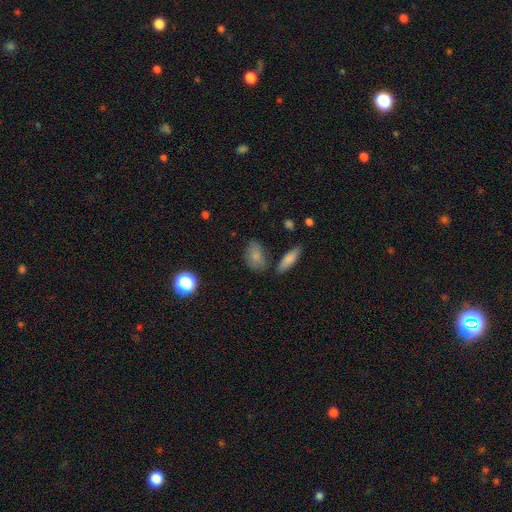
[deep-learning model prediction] Q: Smooth or featured?
A: smooth (81%); runner-up: featured or disk (10%)
Q: How rounded?
A: in between (85%); runner-up: round (11%)
Q: Merging?
A: none (67%); runner-up: minor disturbance (19%)